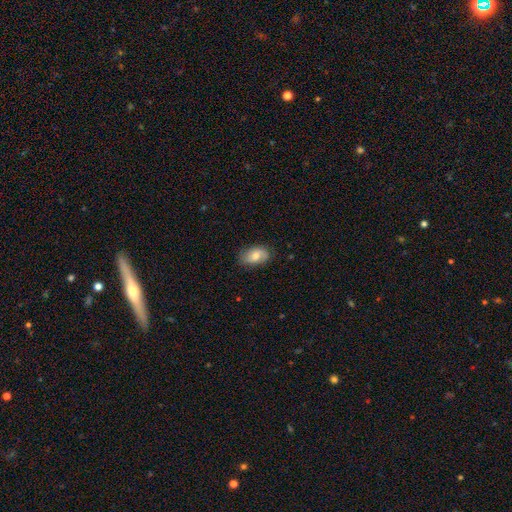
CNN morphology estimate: A smooth galaxy with no disk features (56%) that is in between round and cigar-shaped (88%). Merging: none (77%).